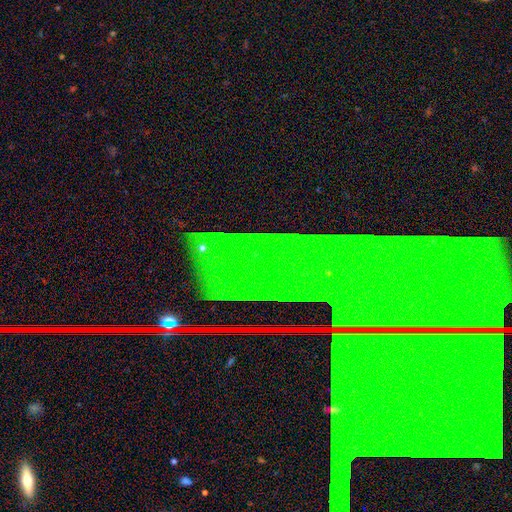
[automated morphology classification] This appears to be a star or artifact, not a galaxy (81%).